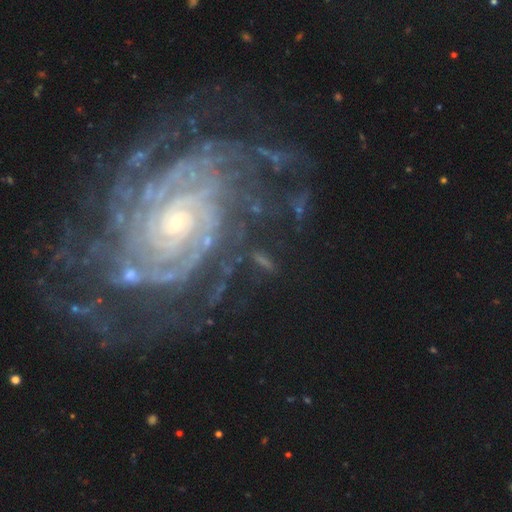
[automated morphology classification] This is clearly a featured or disk galaxy (91%). It is clearly not viewed edge-on (97%). Bar: likely no (70%). Spiral arm pattern: clearly yes (98%). Spiral arm count: marginally can't tell (23%, tied with more than 4). Spiral winding: likely tight (78%). Central bulge: likely small (67%). Merging: likely none (69%).